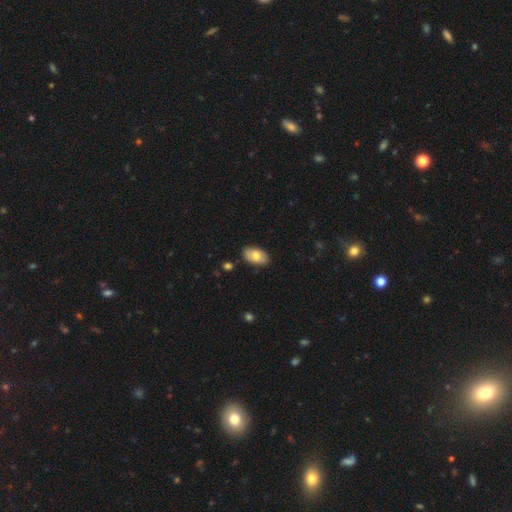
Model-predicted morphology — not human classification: Smooth or featured? smooth (74%)
How rounded? in between (94%)
Merging? none (84%)